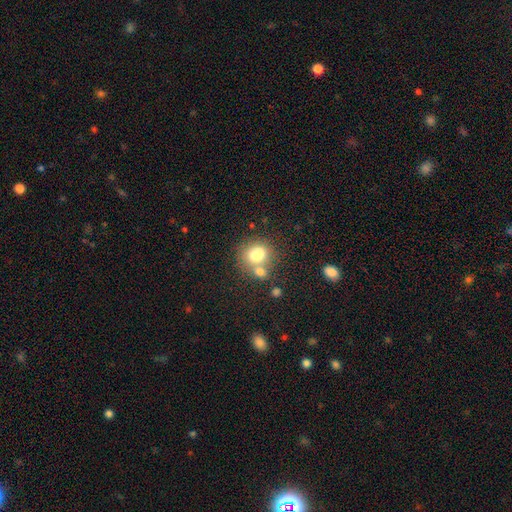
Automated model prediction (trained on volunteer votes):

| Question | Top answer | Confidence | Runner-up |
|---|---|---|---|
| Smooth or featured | smooth | 72% | featured or disk (17%) |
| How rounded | round | 65% | in between (34%) |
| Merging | merger | 44% | none (41%) |